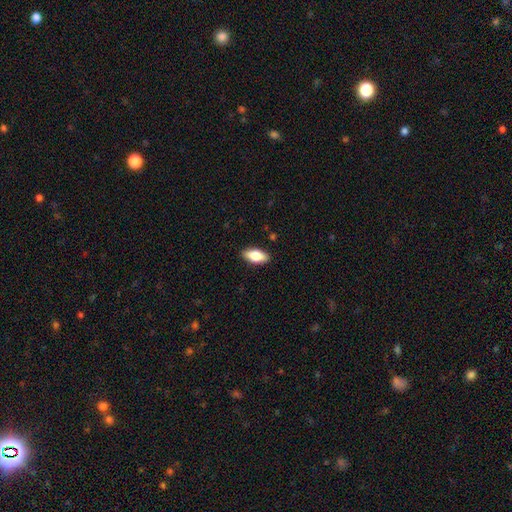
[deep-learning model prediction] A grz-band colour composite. It shows a smooth galaxy with no disk features (73%) that is in between round and cigar-shaped (86%). Merging: none (89%).